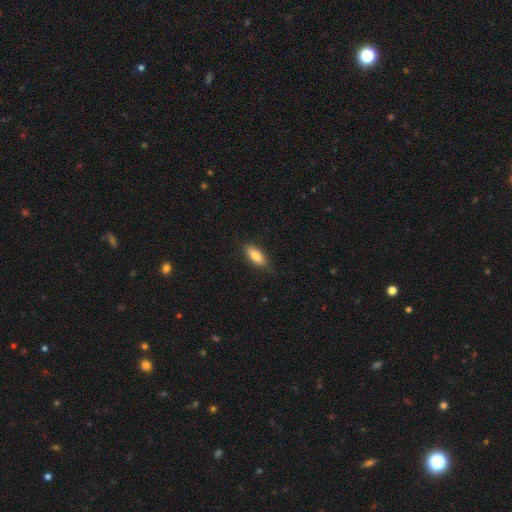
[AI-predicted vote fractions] smooth_or_featured: smooth (p=0.79) [alt: featured or disk p=0.15]
how_rounded: in between (p=0.78) [alt: cigar-shaped p=0.19]
merging: none (p=0.83) [alt: minor disturbance p=0.14]